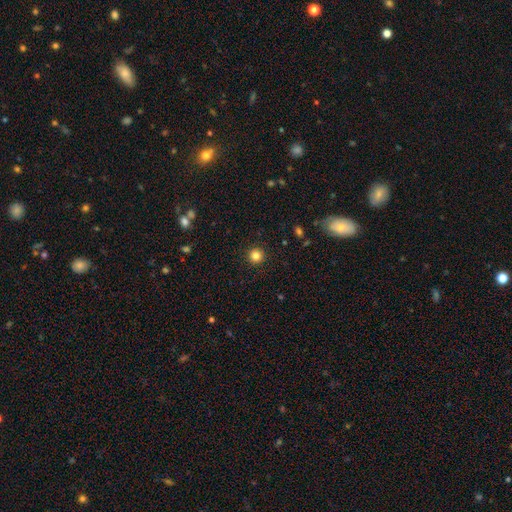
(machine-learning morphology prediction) Smooth or featured: smooth — 84% (star or artifact — 12%)
How rounded: round — 96% (in between — 3%)
Merging: none — 93% (minor disturbance — 5%)